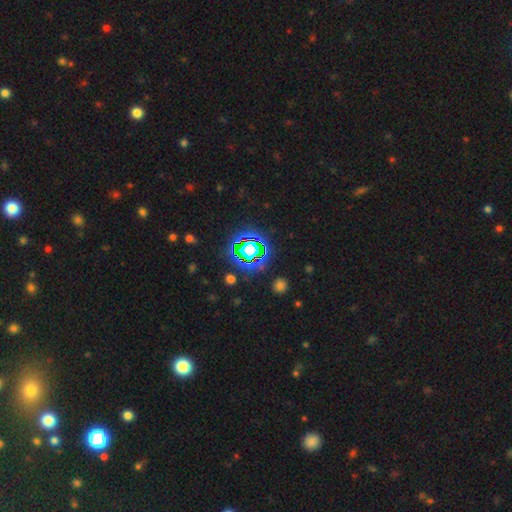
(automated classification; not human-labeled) Morphology: type=star or artifact (77%).